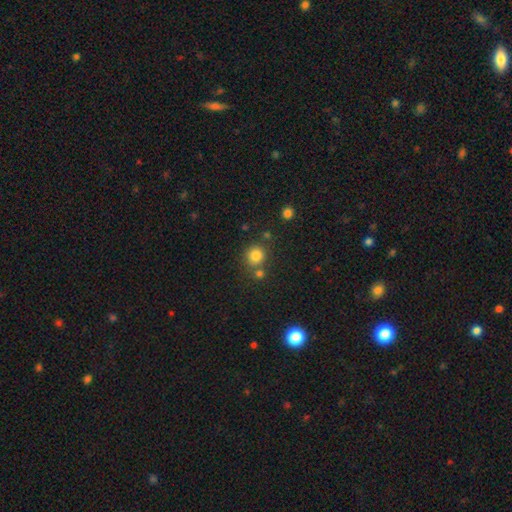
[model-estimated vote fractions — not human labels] A smooth galaxy with no disk features (81%) that is round (87%).

Vote fractions:
- Smooth or featured? smooth: 81% / star or artifact: 13% / featured or disk: 6%
- How rounded? round: 87% / in between: 12% / cigar-shaped: 1%
- Merging? none: 70% / merger: 17% / minor disturbance: 9% / major disturbance: 4%